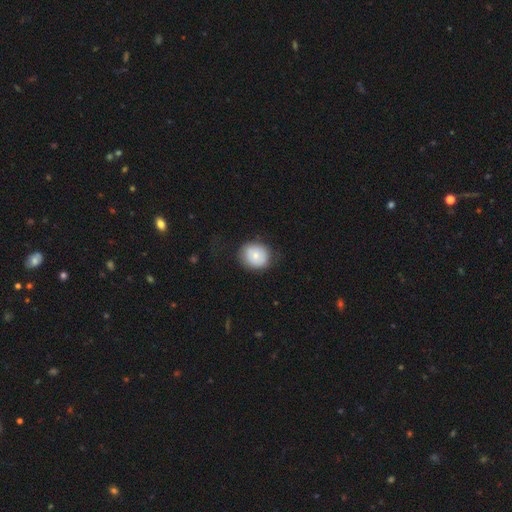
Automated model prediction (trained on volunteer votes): This appears to be a smooth galaxy with no disk features (73%) that is round (74%). Merging: none (76%).